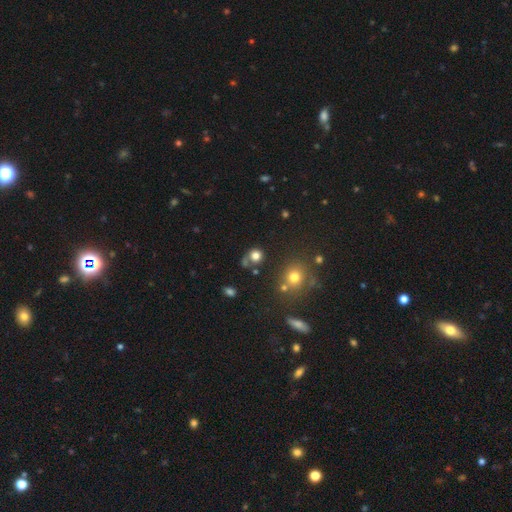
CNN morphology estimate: Smooth or featured?
  - smooth: 76% *
  - star or artifact: 16%
  - featured or disk: 8%
How rounded?
  - round: 86% *
  - in between: 13%
  - cigar-shaped: 1%
Merging?
  - none: 63% *
  - merger: 15%
  - minor disturbance: 14%
  - major disturbance: 7%